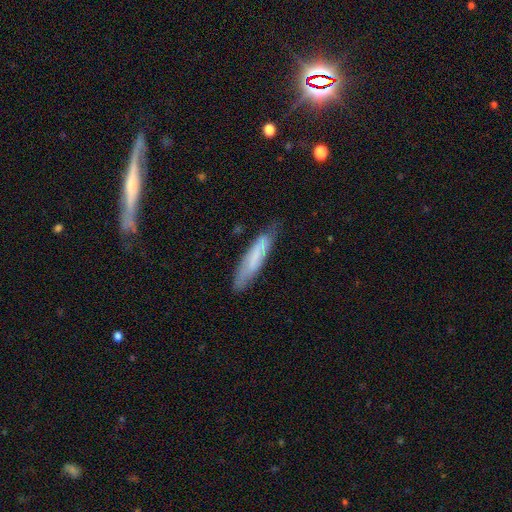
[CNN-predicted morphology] A smooth galaxy with no disk features (56%) that is cigar-shaped (82%).

Vote fractions:
- Smooth or featured? smooth: 56% / featured or disk: 37% / star or artifact: 7%
- How rounded? cigar-shaped: 82% / in between: 17% / round: 1%
- Merging? none: 72% / minor disturbance: 21% / major disturbance: 5% / merger: 2%